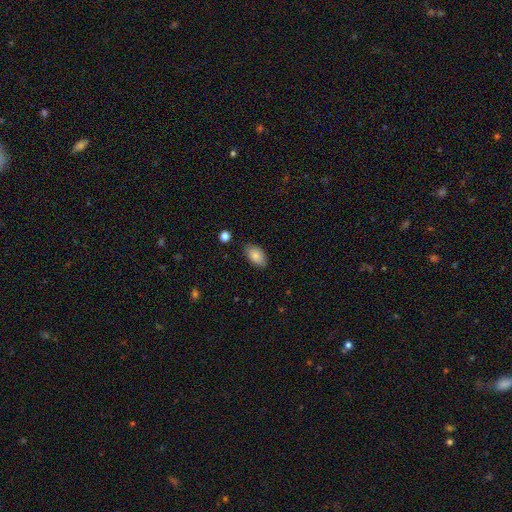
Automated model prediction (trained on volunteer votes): This appears to be a smooth galaxy with no disk features (85%) that is in between round and cigar-shaped (94%). Merging: none (85%).